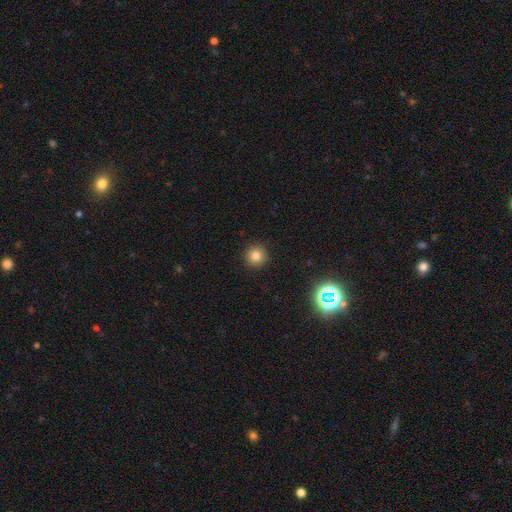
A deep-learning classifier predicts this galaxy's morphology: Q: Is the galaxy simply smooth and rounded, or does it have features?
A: smooth — 80%.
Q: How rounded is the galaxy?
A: round — 95%.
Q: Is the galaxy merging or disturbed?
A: none — 92%.